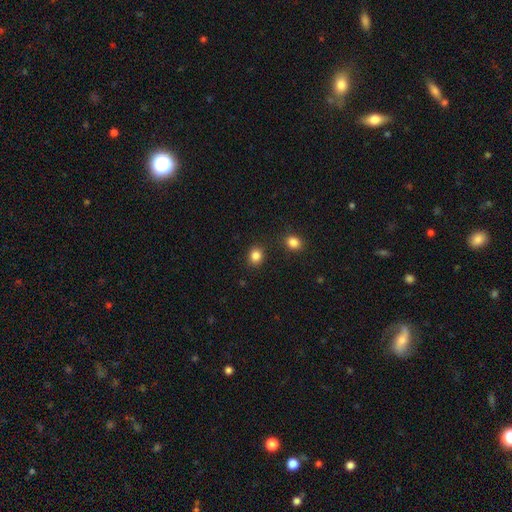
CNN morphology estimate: type=smooth (84%); roundness=round (70%); merging=none (86%).